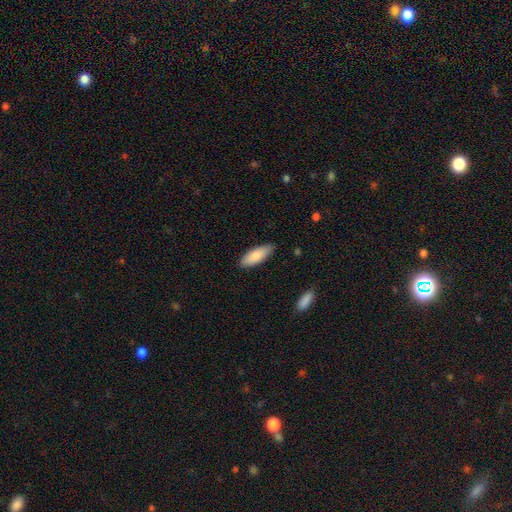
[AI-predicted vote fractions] This appears to be a smooth galaxy with no disk features (84%) that is in between round and cigar-shaped (71%). Merging: none (86%).